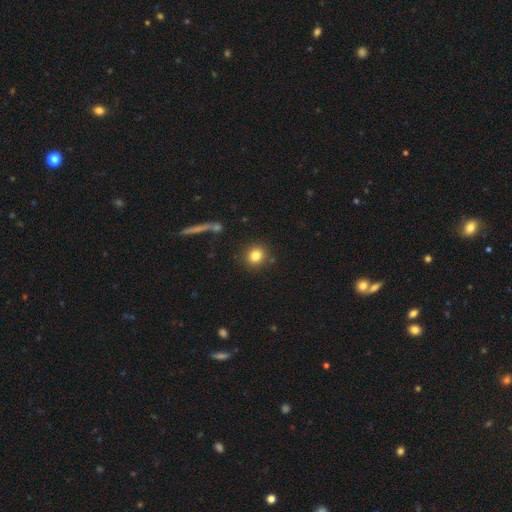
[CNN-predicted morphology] This appears to be a smooth galaxy with no disk features (82%) that is round (88%). Merging: none (88%).